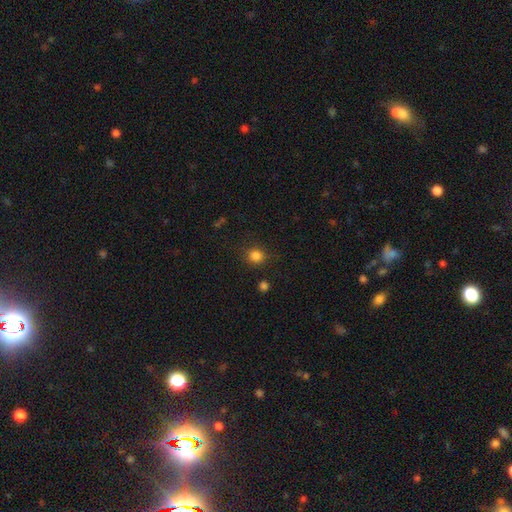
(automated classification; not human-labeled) Smooth or featured: smooth — 84% (star or artifact — 12%)
How rounded: round — 86% (in between — 13%)
Merging: none — 85% (minor disturbance — 9%)